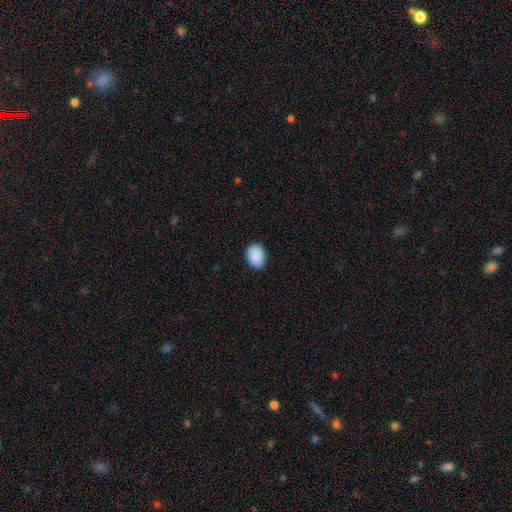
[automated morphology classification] Smooth or featured?
  - smooth: 91% *
  - star or artifact: 7%
  - featured or disk: 2%
How rounded?
  - in between: 74% *
  - round: 25%
  - cigar-shaped: 1%
Merging?
  - none: 89% *
  - minor disturbance: 9%
  - major disturbance: 2%
  - merger: 1%